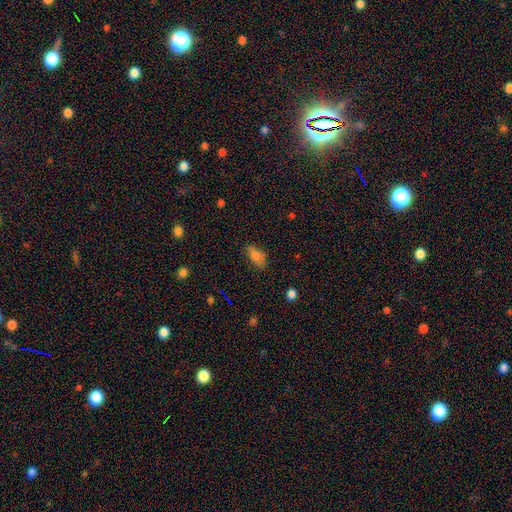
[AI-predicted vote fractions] This is likely a smooth galaxy (78%). How rounded: clearly in between (87%). Merging: likely none (80%).